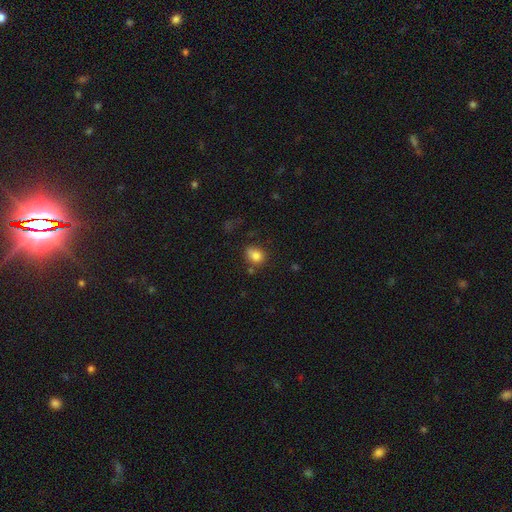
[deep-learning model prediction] smooth-or-featured: smooth: 82% | star or artifact: 11% | featured or disk: 7%
  how-rounded: in between: 52% | round: 47% | cigar-shaped: 1%
  merging: none: 68% | minor disturbance: 19% | merger: 7% | major disturbance: 6%